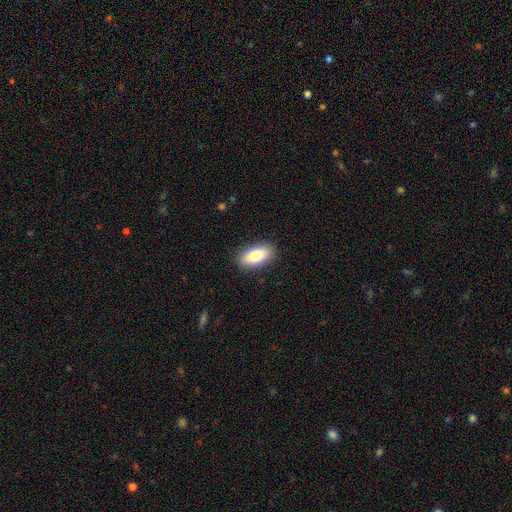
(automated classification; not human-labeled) The model was most divided on "smooth or featured": smooth: 81%, featured or disk: 13%, star or artifact: 7%. More confident: how rounded — in between (91%); merging — none (89%).